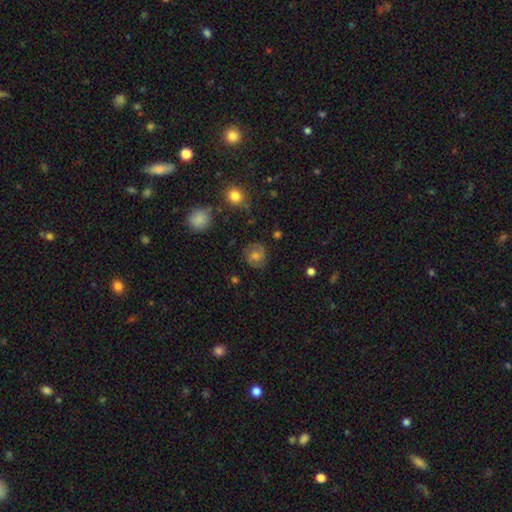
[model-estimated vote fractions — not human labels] Smooth or featured? smooth (45%)
Merging? none (77%)